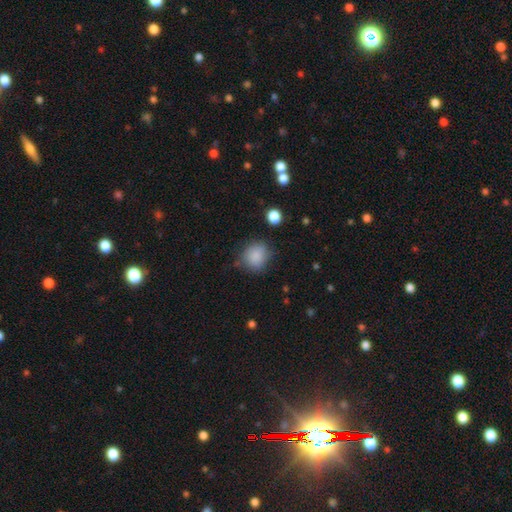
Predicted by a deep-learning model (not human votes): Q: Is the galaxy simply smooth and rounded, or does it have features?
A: smooth — 86%.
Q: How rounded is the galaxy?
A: round — 75%.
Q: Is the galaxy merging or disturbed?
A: none — 73%.